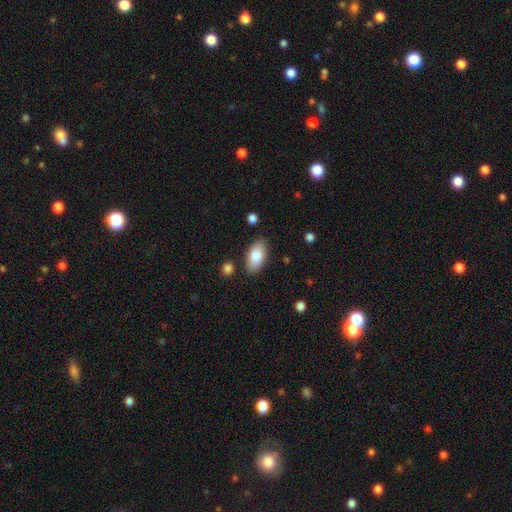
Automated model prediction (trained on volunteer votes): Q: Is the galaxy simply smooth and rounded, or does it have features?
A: smooth — 82%.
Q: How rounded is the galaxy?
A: in between — 94%.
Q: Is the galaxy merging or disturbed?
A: none — 85%.